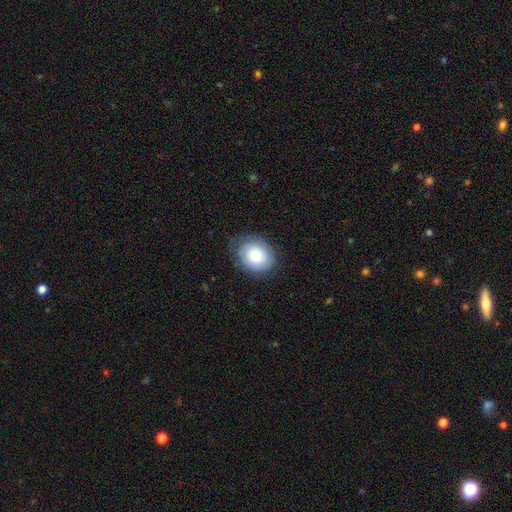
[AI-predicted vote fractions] smooth-or-featured: smooth: 77% | featured or disk: 15% | star or artifact: 7%
  how-rounded: round: 55% | in between: 44% | cigar-shaped: 1%
  merging: none: 74% | minor disturbance: 19% | major disturbance: 5% | merger: 1%